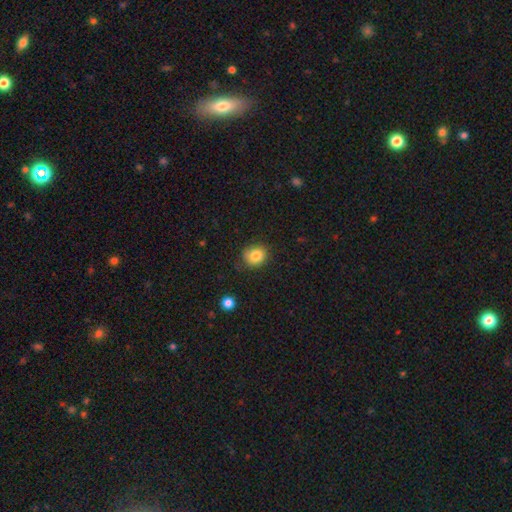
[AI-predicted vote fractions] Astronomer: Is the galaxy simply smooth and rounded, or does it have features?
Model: smooth — 83%.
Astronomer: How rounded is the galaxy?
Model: round — 78%.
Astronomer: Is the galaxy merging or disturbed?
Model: none — 80%.